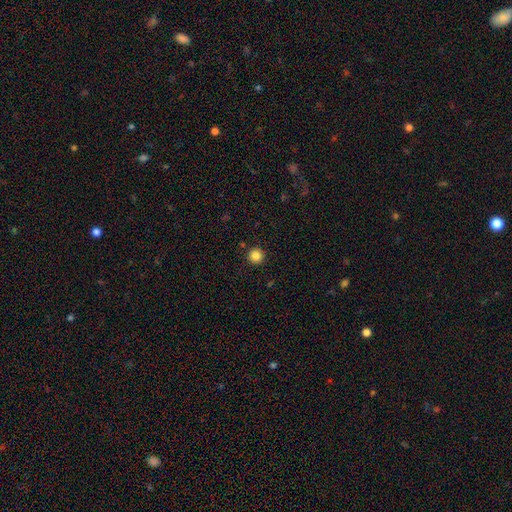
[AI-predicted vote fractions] smooth 85%, star or artifact 11%, featured or disk 4%. Down the decision tree: how rounded — round (96%); merging — none (92%).